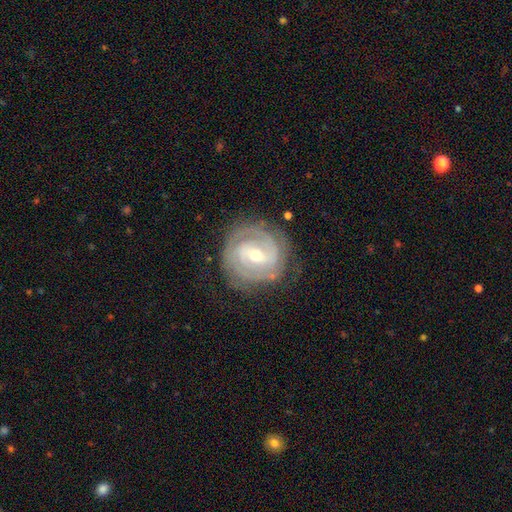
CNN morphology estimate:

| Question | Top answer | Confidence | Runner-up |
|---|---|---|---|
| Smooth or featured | featured or disk | 86% | smooth (9%) |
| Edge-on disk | no | 97% | yes (3%) |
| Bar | weak | 49% | strong (32%) |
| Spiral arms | yes | 94% | no (6%) |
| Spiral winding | tight | 72% | medium (23%) |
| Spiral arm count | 2 | 56% | can't tell (20%) |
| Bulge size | moderate | 54% | small (42%) |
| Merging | none | 78% | minor disturbance (15%) |